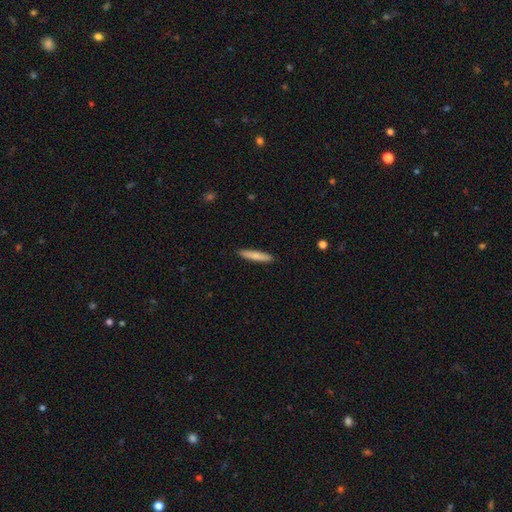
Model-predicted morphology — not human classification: This is likely a smooth galaxy (79%). How rounded: clearly cigar-shaped (89%). Merging: clearly none (91%).